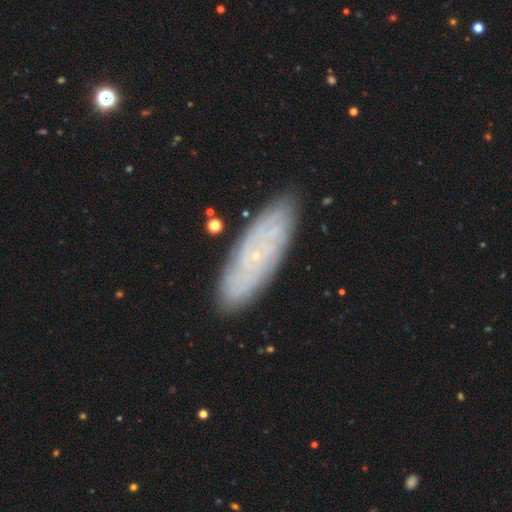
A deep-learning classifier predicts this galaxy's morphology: Smooth or featured? Predicted: featured or disk (p=0.57). Edge-on disk? Predicted: no (p=0.78). Merging? Predicted: none (p=0.86).